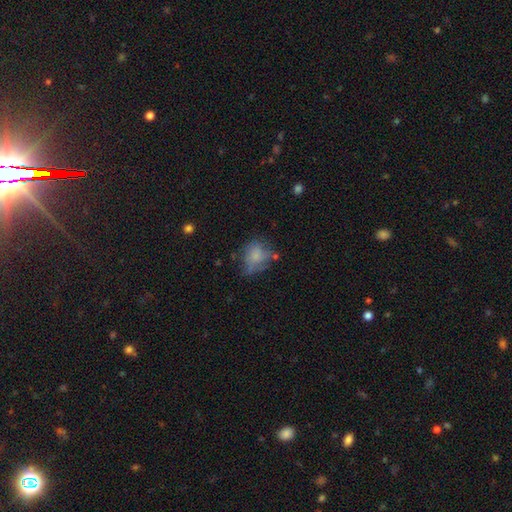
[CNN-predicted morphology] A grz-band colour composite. It shows a smooth galaxy with no disk features (67%) that is round (52%). Merging: none (44%).